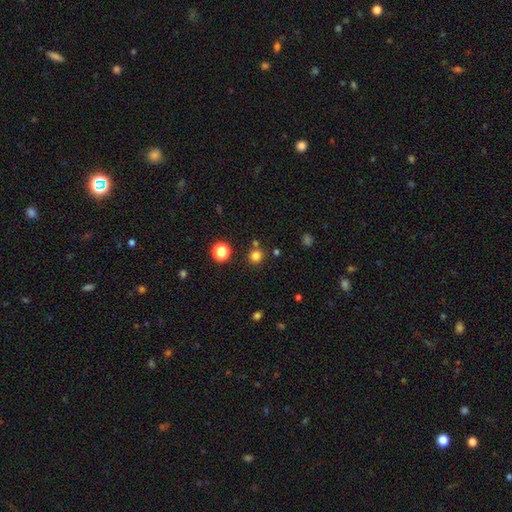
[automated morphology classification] A smooth galaxy with no disk features (78%) that is round (93%). Merging: none (81%).